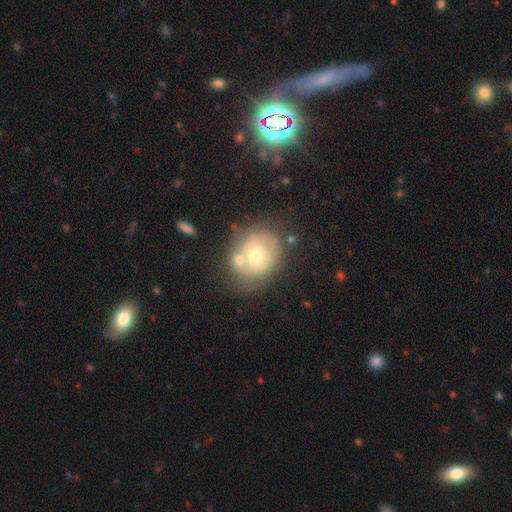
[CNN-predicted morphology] Smooth or featured: smooth — 50% (featured or disk — 41%)
Merging: none — 55% (minor disturbance — 19%)